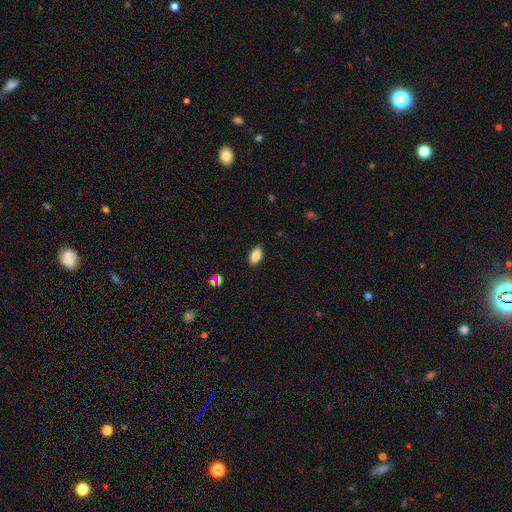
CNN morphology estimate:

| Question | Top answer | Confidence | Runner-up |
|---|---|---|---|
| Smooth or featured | smooth | 87% | star or artifact (8%) |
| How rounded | in between | 92% | round (4%) |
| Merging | none | 87% | minor disturbance (10%) |